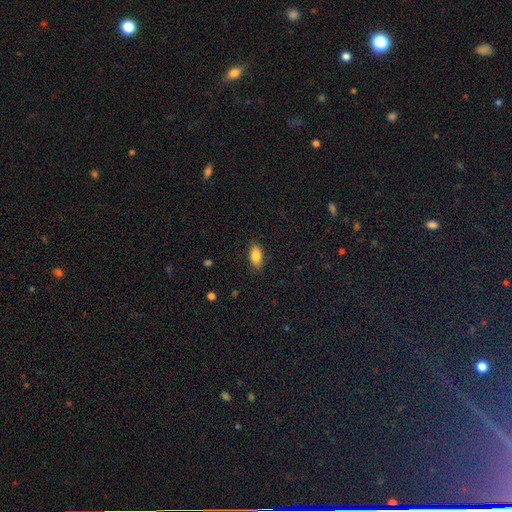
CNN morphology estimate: Q: Smooth or featured?
A: smooth (84%); runner-up: featured or disk (8%)
Q: How rounded?
A: in between (90%); runner-up: cigar-shaped (6%)
Q: Merging?
A: none (84%); runner-up: minor disturbance (12%)